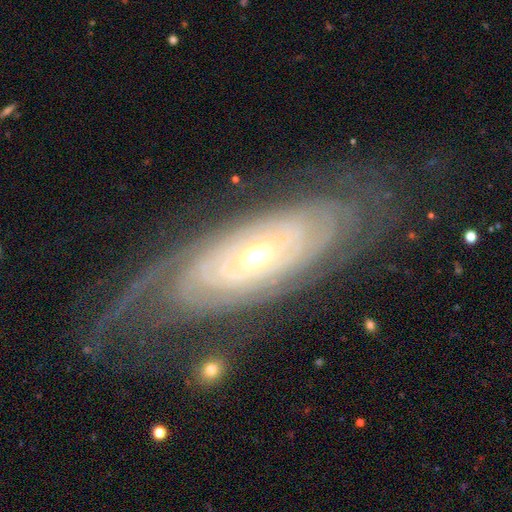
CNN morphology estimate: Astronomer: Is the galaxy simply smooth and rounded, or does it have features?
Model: featured or disk — 86%.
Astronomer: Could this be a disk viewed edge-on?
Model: no — 89%.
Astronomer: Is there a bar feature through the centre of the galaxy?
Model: no — 73%.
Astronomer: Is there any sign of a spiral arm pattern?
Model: yes — 92%.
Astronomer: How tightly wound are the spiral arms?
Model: tight — 80%.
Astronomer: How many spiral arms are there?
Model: can't tell — 49%.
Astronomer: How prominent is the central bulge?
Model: small — 52% (runner-up: moderate, 43%).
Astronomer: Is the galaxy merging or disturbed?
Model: none — 66%.